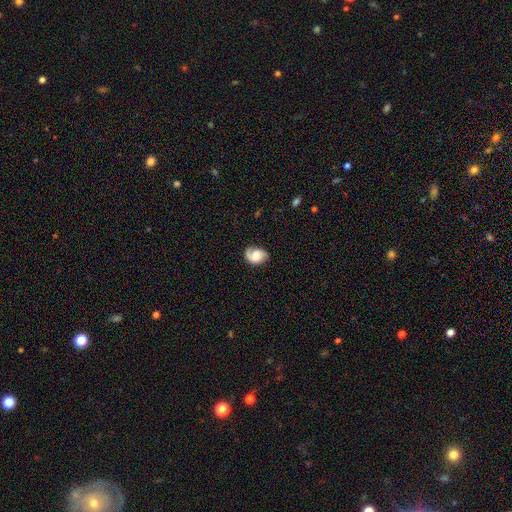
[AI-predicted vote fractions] Smooth or featured?
  - featured or disk: 66% *
  - smooth: 26%
  - star or artifact: 8%
Edge-on disk?
  - no: 98% *
  - yes: 2%
Bar?
  - no: 61% *
  - weak: 32%
  - strong: 6%
Spiral arms?
  - yes: 94% *
  - no: 6%
Spiral winding?
  - medium: 43% *
  - loose: 30%
  - tight: 27%
Spiral arm count?
  - 2: 73% *
  - 1: 19%
  - can't tell: 5%
  - 3: 1%
  - 4: 1%
  - more than 4: 1%
Bulge size?
  - moderate: 44% *
  - large: 24%
  - small: 19%
  - none: 9%
  - dominant: 4%
Merging?
  - none: 72% *
  - minor disturbance: 20%
  - major disturbance: 7%
  - merger: 1%